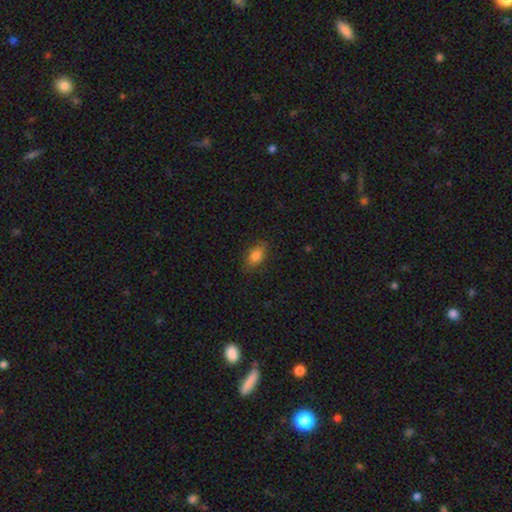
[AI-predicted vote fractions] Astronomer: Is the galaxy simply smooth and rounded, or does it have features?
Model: smooth — 80%.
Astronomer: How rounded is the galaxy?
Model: in between — 85%.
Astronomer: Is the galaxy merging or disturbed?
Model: none — 79%.